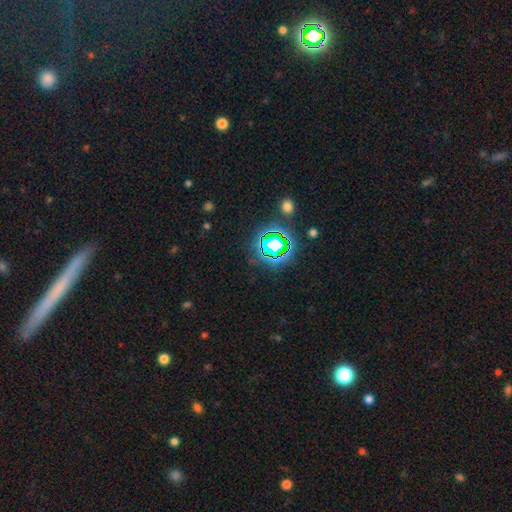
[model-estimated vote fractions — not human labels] Q: Smooth or featured?
A: star or artifact (58%); runner-up: smooth (25%)